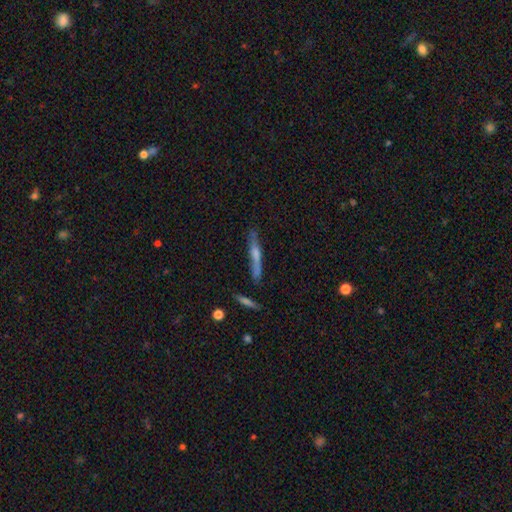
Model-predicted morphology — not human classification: This appears to be a featured or disk galaxy (50%) viewed edge-on (89%). Merging: none (69%).